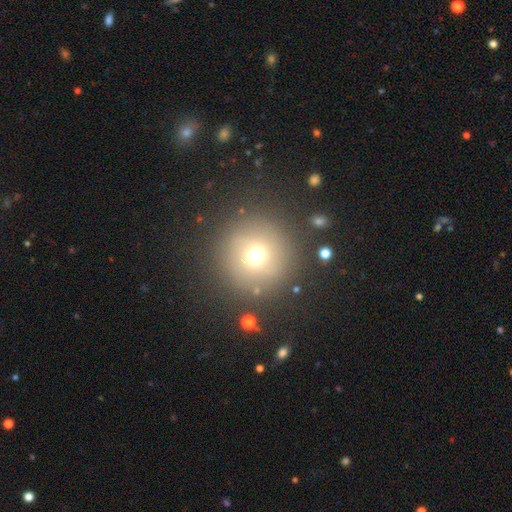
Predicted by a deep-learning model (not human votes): Smooth or featured: smooth — 67% (star or artifact — 18%)
How rounded: round — 96% (in between — 3%)
Merging: none — 86% (minor disturbance — 8%)